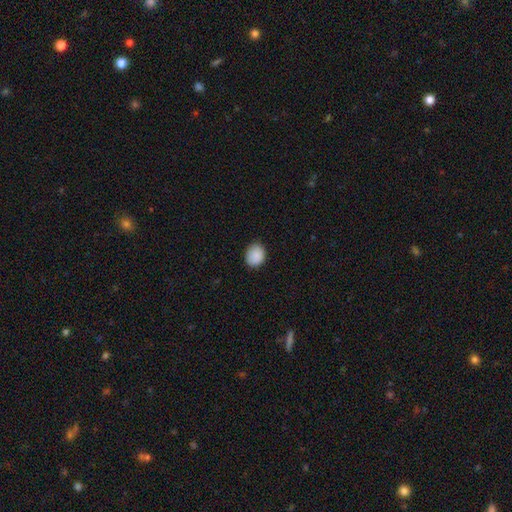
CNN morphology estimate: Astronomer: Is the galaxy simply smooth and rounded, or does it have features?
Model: smooth — 89%.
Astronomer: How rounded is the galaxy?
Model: round — 56% (runner-up: in between, 44%).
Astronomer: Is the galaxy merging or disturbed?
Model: none — 84%.